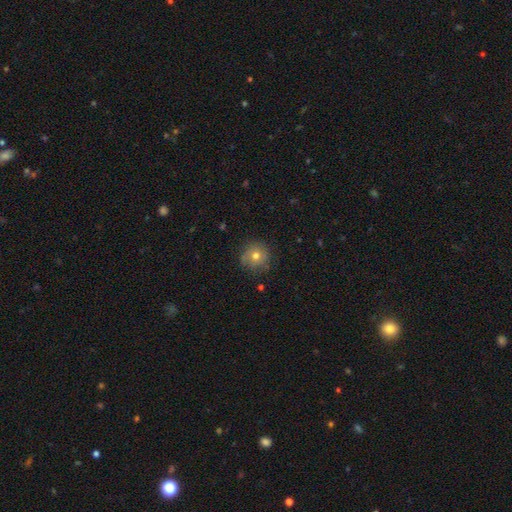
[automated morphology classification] smooth 70%, featured or disk 17%, star or artifact 13%. Down the decision tree: how rounded — round (93%); merging — none (80%).